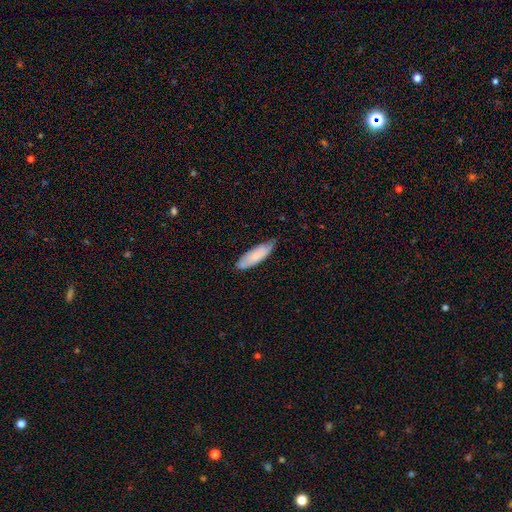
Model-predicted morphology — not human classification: smooth-or-featured: smooth: 77% | featured or disk: 17% | star or artifact: 6%
  how-rounded: cigar-shaped: 49% (tied) | in between: 49% (tied) | round: 1%
  merging: none: 65% | minor disturbance: 29% | major disturbance: 4% | merger: 2%